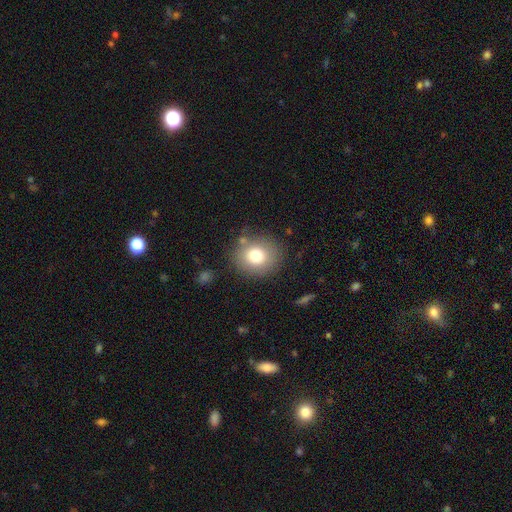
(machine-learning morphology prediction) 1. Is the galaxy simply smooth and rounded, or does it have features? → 77% smooth, 13% featured or disk, 11% star or artifact.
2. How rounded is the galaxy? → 79% round, 20% in between, 1% cigar-shaped.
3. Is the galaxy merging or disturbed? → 81% none, 11% minor disturbance, 4% major disturbance, 4% merger.